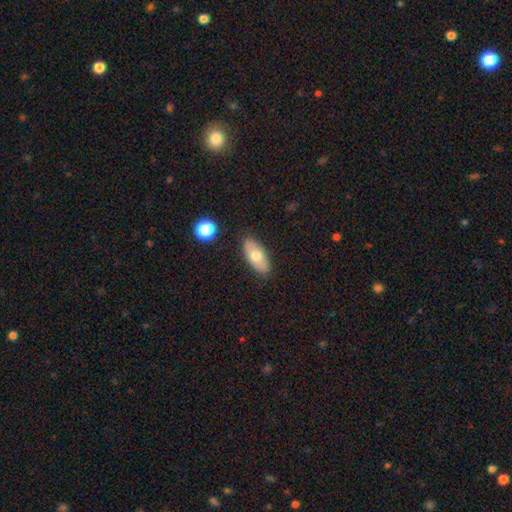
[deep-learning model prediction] Smooth or featured?
  - smooth: 68% *
  - featured or disk: 25%
  - star or artifact: 7%
How rounded?
  - in between: 86% *
  - cigar-shaped: 10%
  - round: 4%
Merging?
  - none: 85% *
  - minor disturbance: 11%
  - major disturbance: 2%
  - merger: 2%